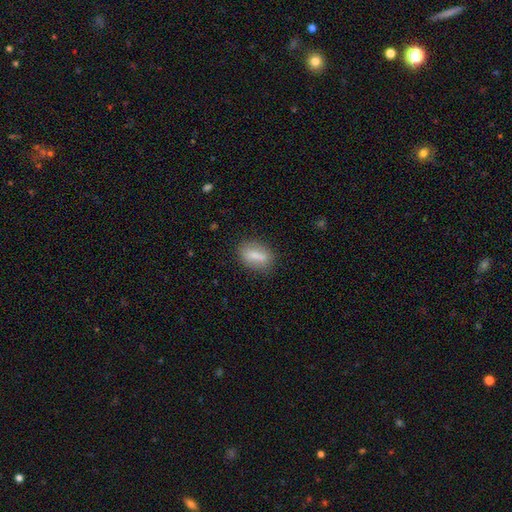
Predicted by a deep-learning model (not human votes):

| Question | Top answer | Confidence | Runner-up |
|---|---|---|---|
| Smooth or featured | smooth | 72% | featured or disk (20%) |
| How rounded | in between | 76% | cigar-shaped (13%) |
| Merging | none | 78% | minor disturbance (14%) |